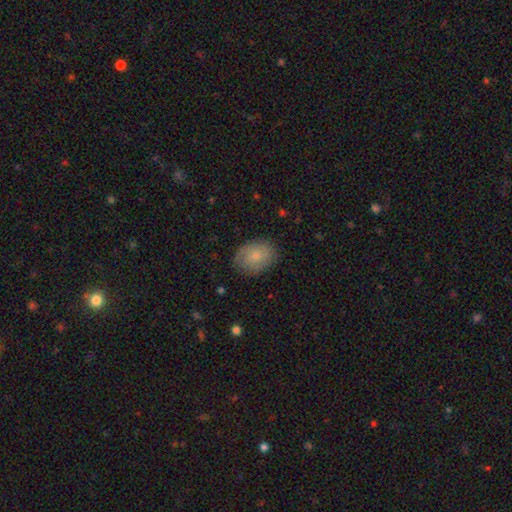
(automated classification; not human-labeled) smooth-or-featured: smooth: 75% | featured or disk: 18% | star or artifact: 7%
  how-rounded: in between: 74% | round: 25% | cigar-shaped: 1%
  merging: none: 80% | minor disturbance: 15% | major disturbance: 4% | merger: 1%